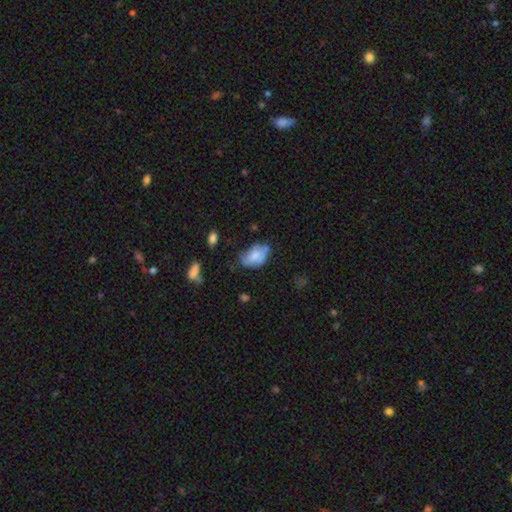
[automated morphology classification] Smooth or featured?
  - smooth: 67% *
  - featured or disk: 25%
  - star or artifact: 8%
How rounded?
  - in between: 85% *
  - round: 13%
  - cigar-shaped: 2%
Merging?
  - none: 43% *
  - minor disturbance: 36%
  - major disturbance: 14%
  - merger: 7%